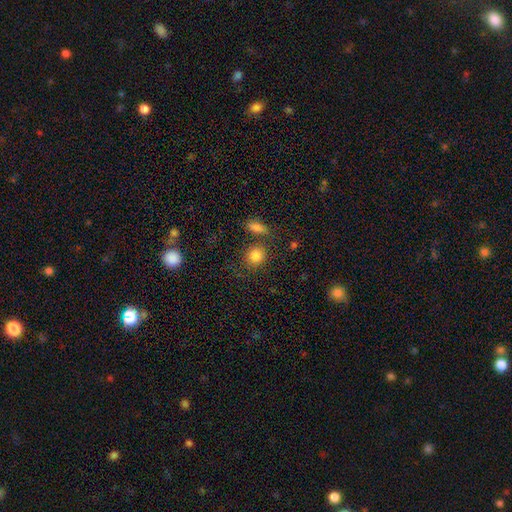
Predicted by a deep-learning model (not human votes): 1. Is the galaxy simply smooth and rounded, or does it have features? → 84% smooth, 10% star or artifact, 6% featured or disk.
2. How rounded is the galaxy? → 78% round, 20% in between, 1% cigar-shaped.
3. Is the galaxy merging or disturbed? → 72% none, 12% merger, 11% minor disturbance, 4% major disturbance.